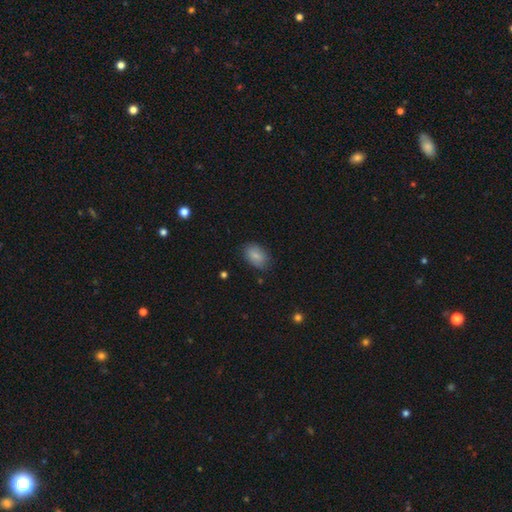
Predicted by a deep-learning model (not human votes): Q: Smooth or featured?
A: smooth (83%); runner-up: featured or disk (9%)
Q: How rounded?
A: in between (86%); runner-up: round (13%)
Q: Merging?
A: none (79%); runner-up: minor disturbance (16%)